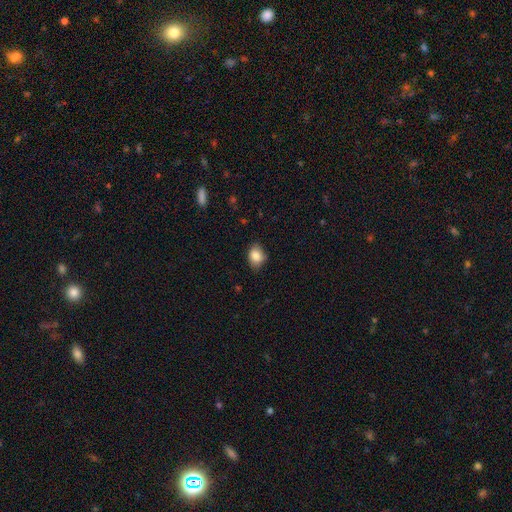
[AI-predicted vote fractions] Q: Smooth or featured?
A: smooth (85%); runner-up: star or artifact (8%)
Q: How rounded?
A: in between (65%); runner-up: round (34%)
Q: Merging?
A: none (72%); runner-up: minor disturbance (23%)